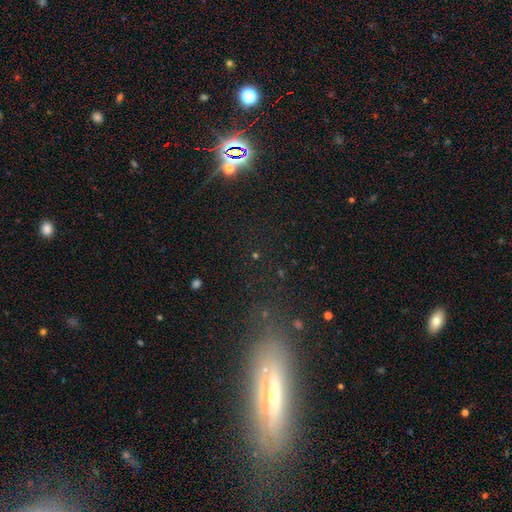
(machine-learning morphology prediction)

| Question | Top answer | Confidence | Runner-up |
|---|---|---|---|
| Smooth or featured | star or artifact | 62% | smooth (25%) |